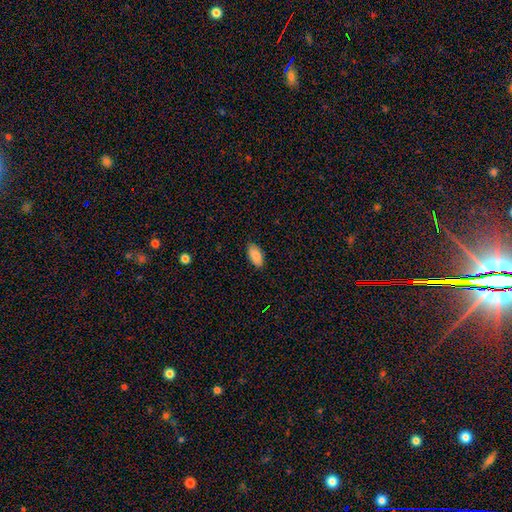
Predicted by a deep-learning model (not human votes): smooth-or-featured: smooth: 88% | star or artifact: 7% | featured or disk: 5%
  how-rounded: in between: 93% | cigar-shaped: 4% | round: 2%
  merging: none: 87% | minor disturbance: 10% | major disturbance: 2% | merger: 1%